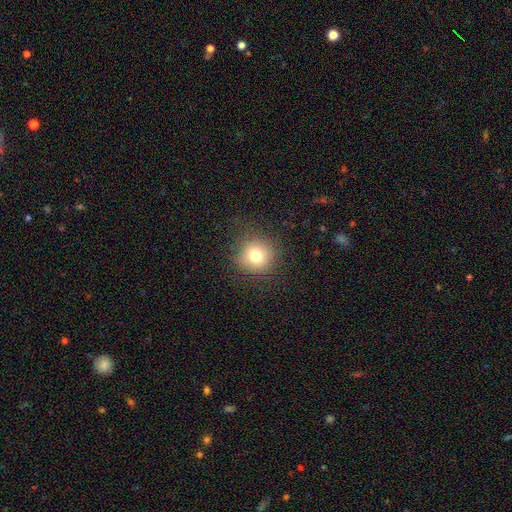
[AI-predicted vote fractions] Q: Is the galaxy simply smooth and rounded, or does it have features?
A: smooth — 76%.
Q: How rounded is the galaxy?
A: round — 92%.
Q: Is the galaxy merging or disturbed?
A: none — 85%.